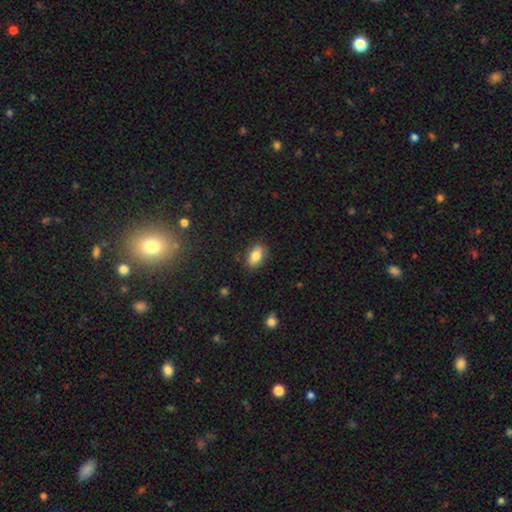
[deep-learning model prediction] This is clearly a smooth galaxy (84%). How rounded: clearly in between (90%). Merging: clearly none (85%).